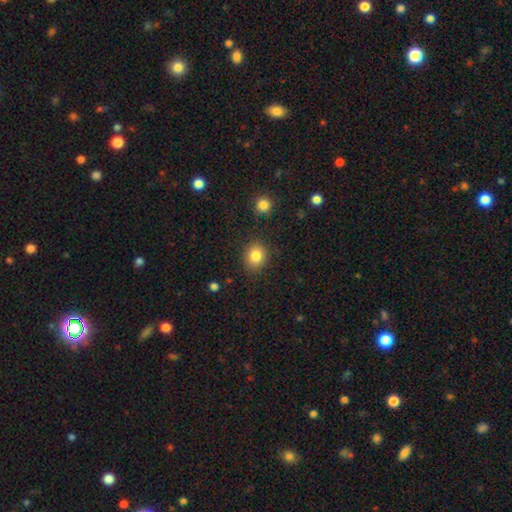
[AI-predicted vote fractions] Smooth or featured: smooth — 84% (star or artifact — 10%)
How rounded: round — 64% (in between — 35%)
Merging: none — 85% (minor disturbance — 10%)